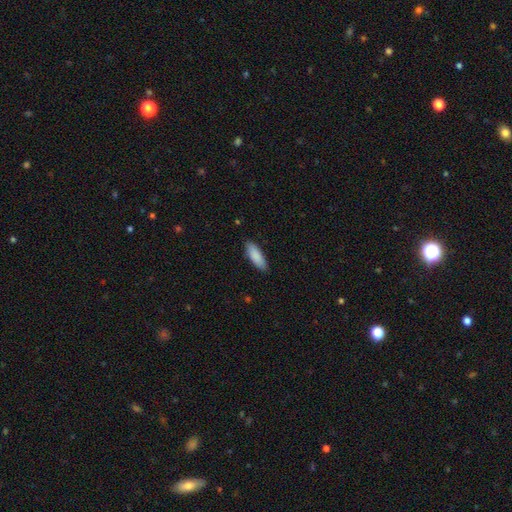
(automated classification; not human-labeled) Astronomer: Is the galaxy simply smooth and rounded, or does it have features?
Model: smooth — 88%.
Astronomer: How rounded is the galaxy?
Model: in between — 61% (runner-up: cigar-shaped, 38%).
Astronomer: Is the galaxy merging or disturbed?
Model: none — 87%.